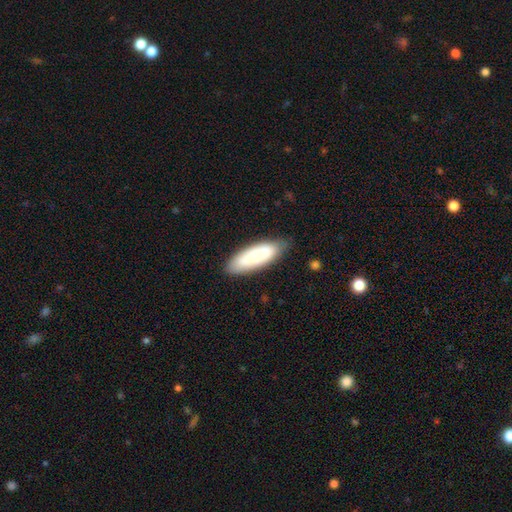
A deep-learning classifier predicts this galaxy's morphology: type=smooth (67%); roundness=in between (69%); merging=none (79%).